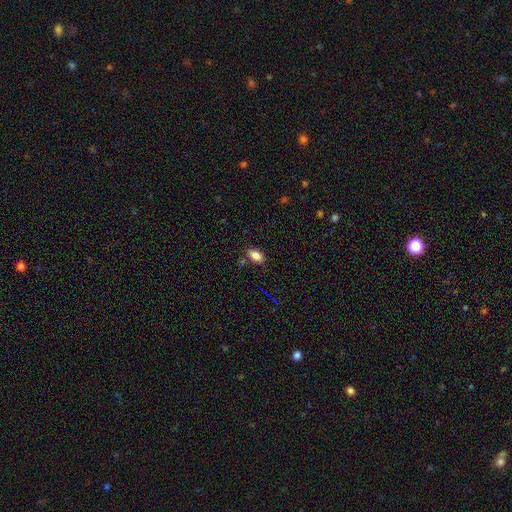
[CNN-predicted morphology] The model was most divided on "merging": none: 78%, minor disturbance: 14%, merger: 5%, major disturbance: 3%. More confident: how rounded — in between (89%); smooth or featured — smooth (82%).